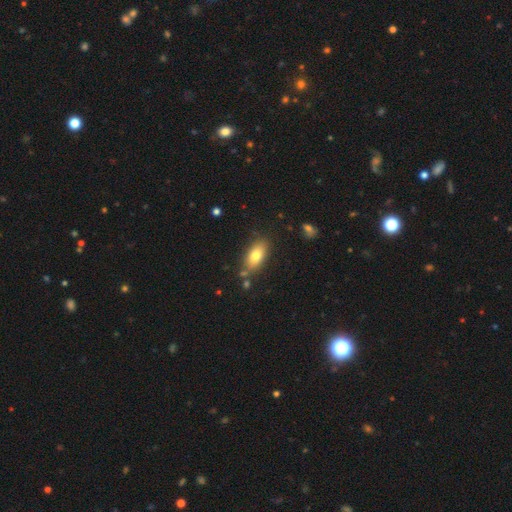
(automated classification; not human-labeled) Overall: smooth (78%). How rounded: in between (88%). Merging: none (76%).